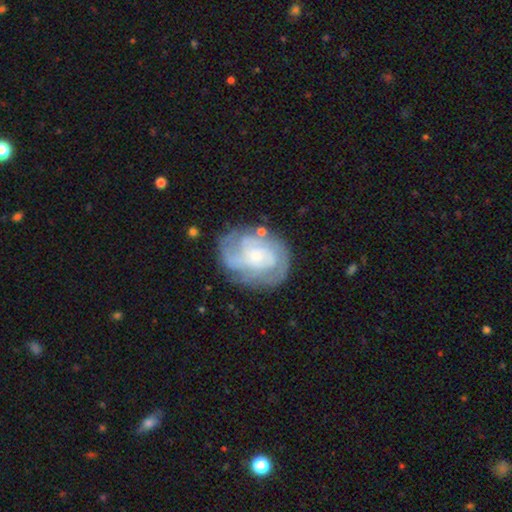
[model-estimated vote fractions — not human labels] A featured or disk galaxy (77%) with no bar (71%), tight (54%) spiral arms (88%) and a small central bulge (55%).

Vote fractions:
- Smooth or featured? featured or disk: 77% / smooth: 16% / star or artifact: 6%
- Edge-on disk? no: 97% / yes: 3%
- Bar? no: 71% / weak: 24% / strong: 5%
- Spiral arms? yes: 88% / no: 12%
- Spiral winding? tight: 54% / medium: 34% / loose: 12%
- Spiral arm count? can't tell: 36% / 2: 25% / 3: 21% / 4: 8% / 1: 5% / more than 4: 5%
- Bulge size? small: 55% / moderate: 33% / large: 5% / none: 5% / dominant: 1%
- Merging? none: 68% / minor disturbance: 19% / major disturbance: 10% / merger: 3%